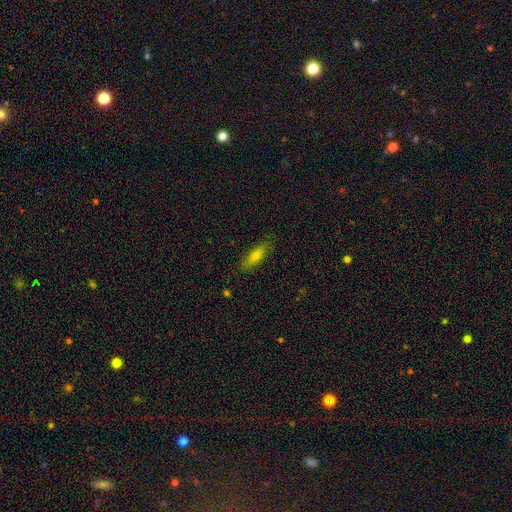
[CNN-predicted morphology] smooth 66%, featured or disk 24%, star or artifact 10%. Down the decision tree: how rounded — cigar-shaped (57%); merging — none (84%).